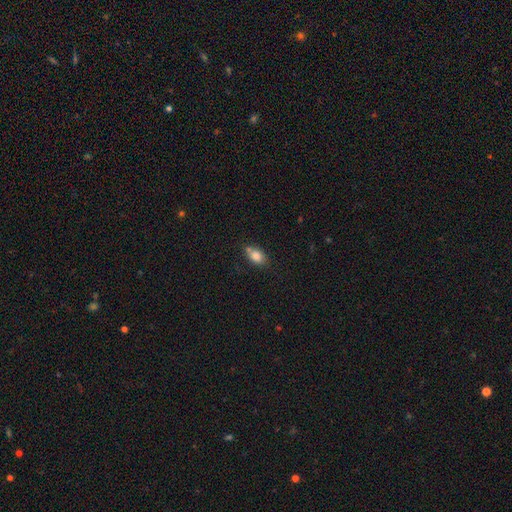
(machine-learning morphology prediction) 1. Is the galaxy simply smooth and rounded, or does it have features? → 82% smooth, 9% star or artifact, 8% featured or disk.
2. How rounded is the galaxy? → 77% in between, 20% round, 3% cigar-shaped.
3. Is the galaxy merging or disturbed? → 59% none, 22% minor disturbance, 15% merger, 5% major disturbance.